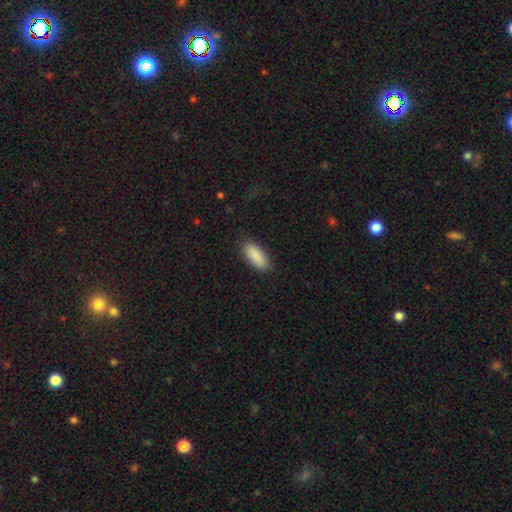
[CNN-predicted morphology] A smooth galaxy with no disk features (90%) that is in between round and cigar-shaped (80%). Merging: none (88%).